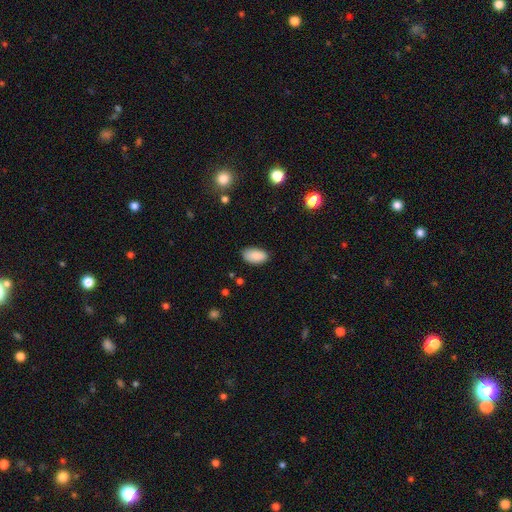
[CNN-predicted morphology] This is clearly a smooth galaxy (88%). How rounded: clearly in between (95%). Merging: clearly none (84%).